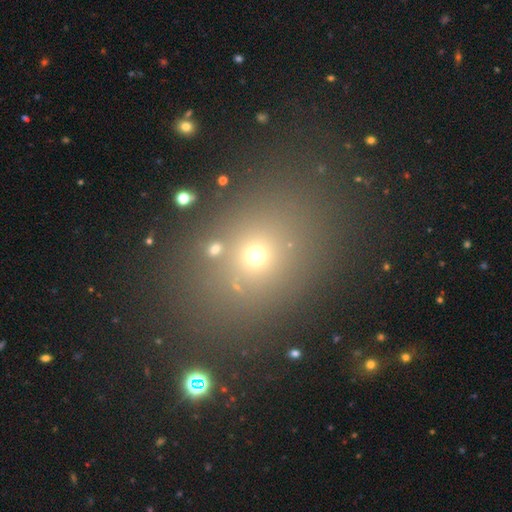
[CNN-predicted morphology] This appears to be a smooth galaxy with no disk features (61%) that is in between round and cigar-shaped (50%). Merging: none (82%).